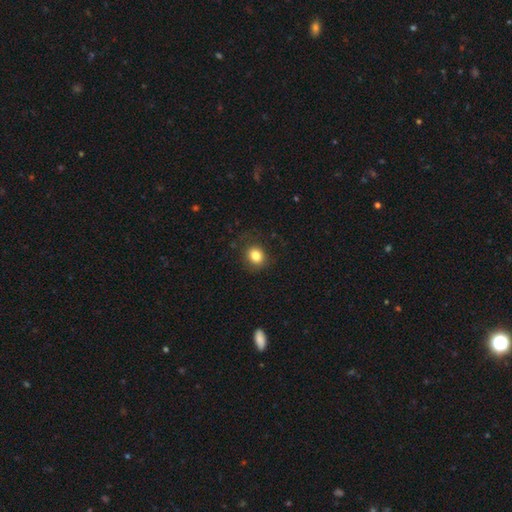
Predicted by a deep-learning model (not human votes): Smooth or featured? Predicted: smooth (p=0.83). How rounded? Predicted: round (p=0.69). Merging? Predicted: none (p=0.82).